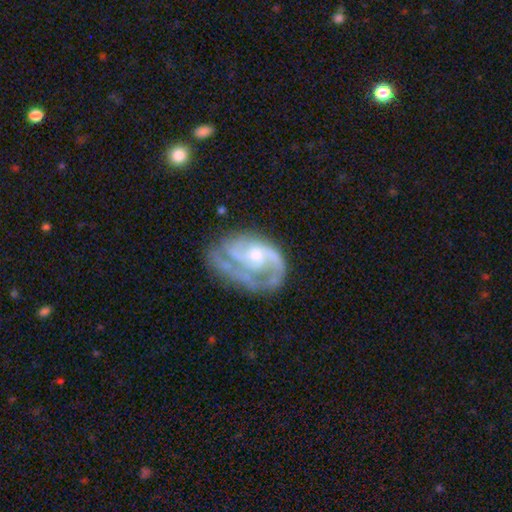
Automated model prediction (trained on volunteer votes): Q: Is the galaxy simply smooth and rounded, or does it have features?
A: featured or disk — 85%.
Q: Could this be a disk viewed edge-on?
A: no — 97%.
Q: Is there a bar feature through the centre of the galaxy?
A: no — 67%.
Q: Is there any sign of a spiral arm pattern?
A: yes — 94%.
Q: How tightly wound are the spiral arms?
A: medium — 43%.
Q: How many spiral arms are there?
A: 2 — 41%.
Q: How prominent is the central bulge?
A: small — 51%.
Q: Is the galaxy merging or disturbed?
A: none — 52%.